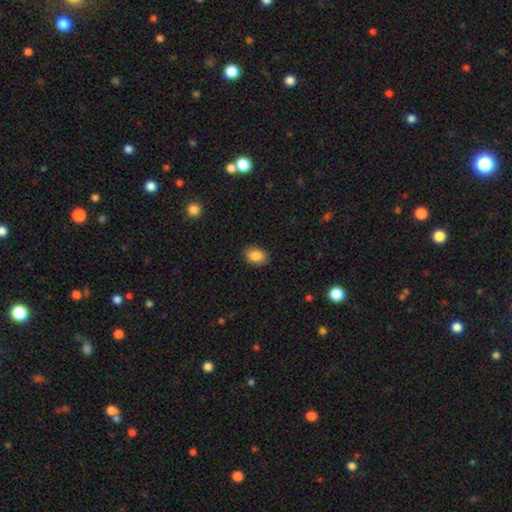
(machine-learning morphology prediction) Smooth or featured?
  - smooth: 86% *
  - star or artifact: 8%
  - featured or disk: 6%
How rounded?
  - in between: 75% *
  - round: 24%
  - cigar-shaped: 1%
Merging?
  - none: 87% *
  - minor disturbance: 9%
  - major disturbance: 2%
  - merger: 1%